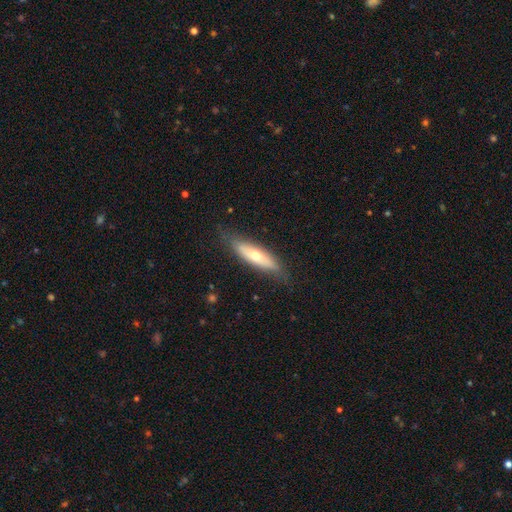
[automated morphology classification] A smooth galaxy with no disk features (52%) that is cigar-shaped (60%). Merging: none (78%).